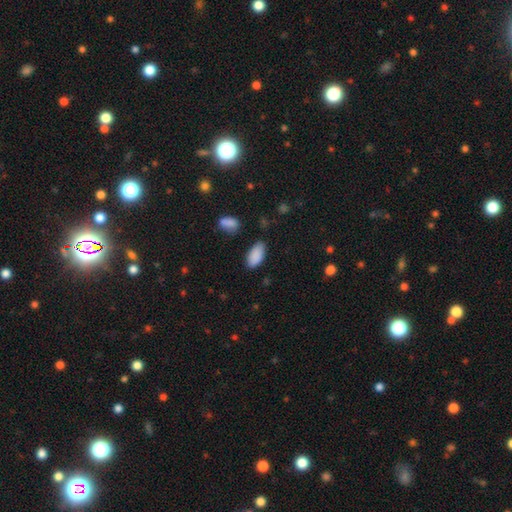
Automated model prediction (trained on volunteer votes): The model was most divided on "merging": none: 79%, minor disturbance: 15%, major disturbance: 3%, merger: 2%. More confident: how rounded — in between (93%); smooth or featured — smooth (89%).